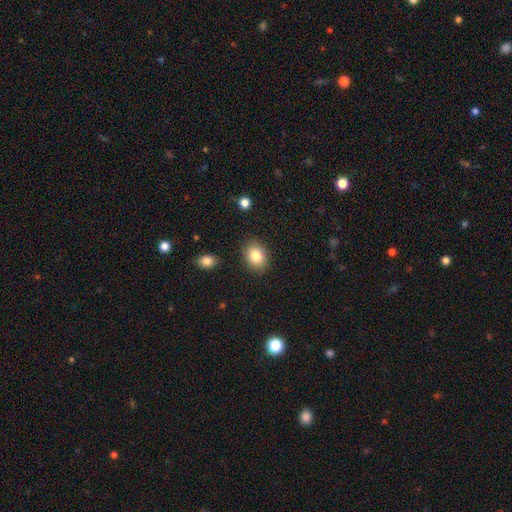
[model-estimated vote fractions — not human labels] This appears to be a smooth galaxy with no disk features (84%) that is in between round and cigar-shaped (60%). Merging: none (87%).